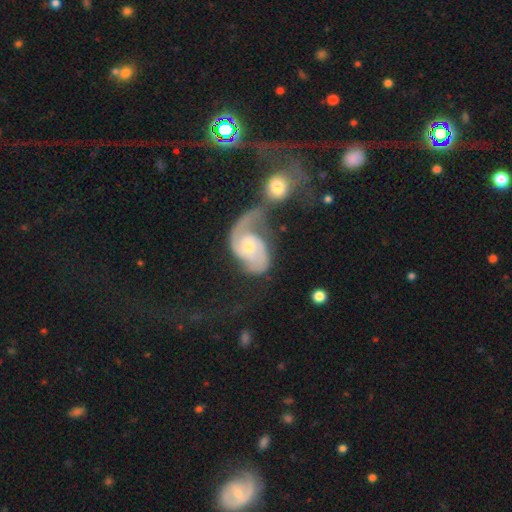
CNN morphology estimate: Q: Smooth or featured?
A: featured or disk (86%); runner-up: smooth (9%)
Q: Edge-on disk?
A: no (98%); runner-up: yes (2%)
Q: Bar?
A: no (65%); runner-up: weak (29%)
Q: Spiral arms?
A: yes (96%); runner-up: no (4%)
Q: Spiral winding?
A: medium (43%); runner-up: tight (33%)
Q: Spiral arm count?
A: 2 (75%); runner-up: 1 (12%)
Q: Bulge size?
A: moderate (63%); runner-up: small (30%)
Q: Merging?
A: merger (36%); runner-up: major disturbance (26%)